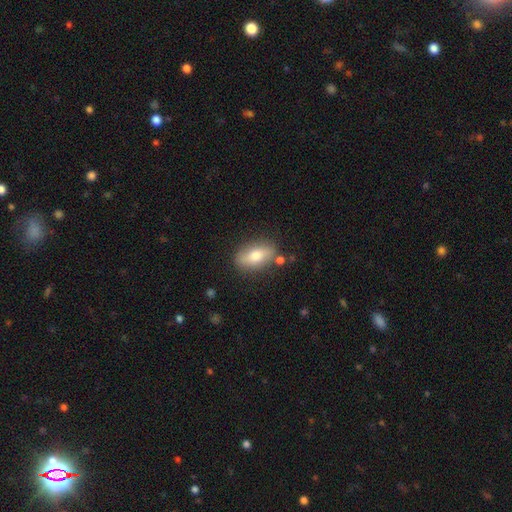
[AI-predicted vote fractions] smooth-or-featured: smooth: 69% | featured or disk: 24% | star or artifact: 7%
  how-rounded: in between: 86% | round: 8% | cigar-shaped: 7%
  merging: none: 79% | minor disturbance: 13% | merger: 4% | major disturbance: 3%